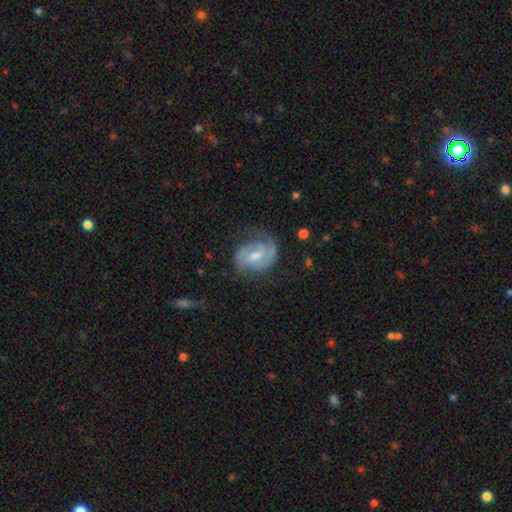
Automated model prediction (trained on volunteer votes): Smooth or featured?
  - featured or disk: 73% *
  - smooth: 20%
  - star or artifact: 7%
Edge-on disk?
  - no: 96% *
  - yes: 4%
Bar?
  - weak: 53% *
  - strong: 24%
  - no: 23%
Spiral arms?
  - yes: 88% *
  - no: 12%
Spiral winding?
  - tight: 44% *
  - medium: 39%
  - loose: 17%
Spiral arm count?
  - 2: 63% *
  - can't tell: 17%
  - 1: 14%
  - 3: 4%
  - 4: 1%
  - more than 4: 1%
Bulge size?
  - moderate: 55% *
  - small: 35%
  - large: 4%
  - none: 4%
  - dominant: 1%
Merging?
  - none: 61% *
  - minor disturbance: 23%
  - major disturbance: 14%
  - merger: 2%